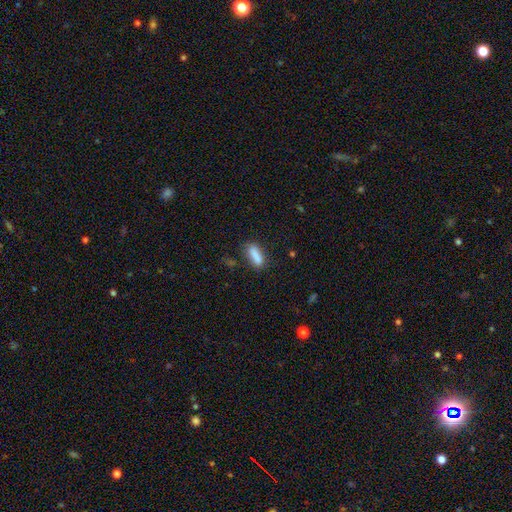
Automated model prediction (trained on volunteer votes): A smooth galaxy with no disk features (83%) that is in between round and cigar-shaped (52%). Merging: none (72%).